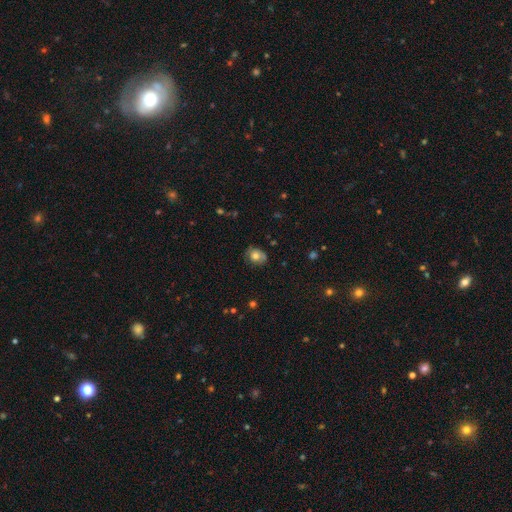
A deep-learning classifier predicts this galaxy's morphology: The model was most divided on "how rounded": round: 57%, in between: 42%, cigar-shaped: 1%. More confident: merging — none (71%); smooth or featured — smooth (69%).